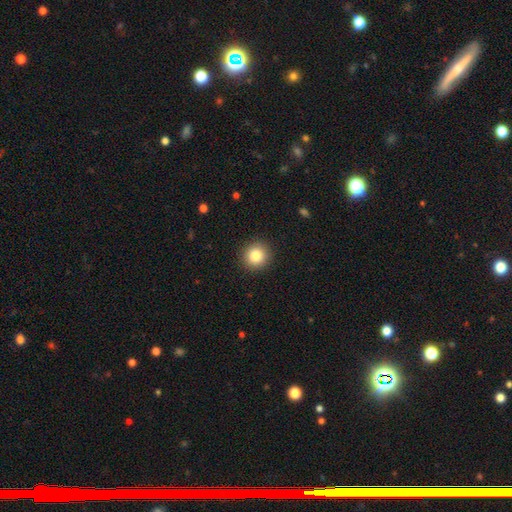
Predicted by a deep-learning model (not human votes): Smooth or featured?
  - smooth: 83% *
  - star or artifact: 10%
  - featured or disk: 6%
How rounded?
  - round: 93% *
  - in between: 7%
  - cigar-shaped: 1%
Merging?
  - none: 92% *
  - minor disturbance: 5%
  - major disturbance: 2%
  - merger: 1%